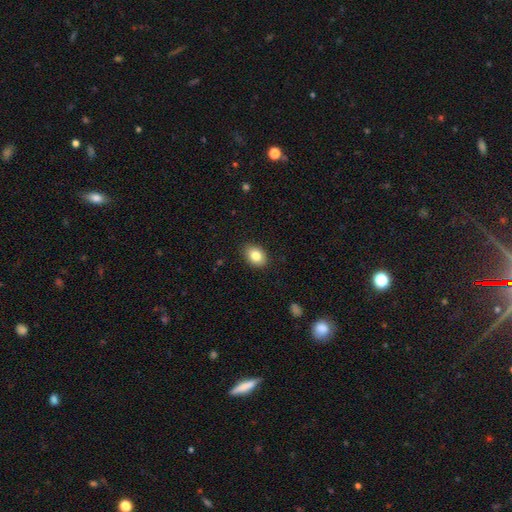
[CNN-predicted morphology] A smooth galaxy with no disk features (83%) that is in between round and cigar-shaped (75%). Merging: none (88%).